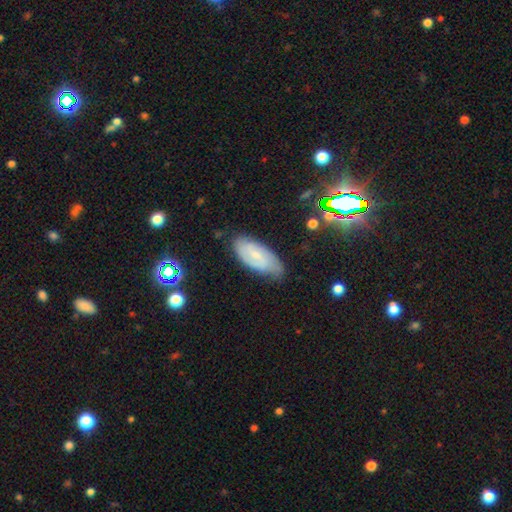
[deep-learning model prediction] This is likely a featured or disk galaxy (61%). It is clearly not viewed edge-on (91%). Bar: possibly weak (46%). Spiral arm pattern: clearly yes (87%). Central bulge: likely small (66%). Merging: likely none (71%).